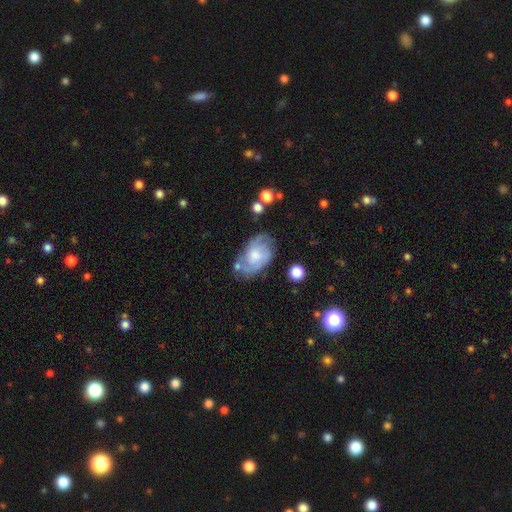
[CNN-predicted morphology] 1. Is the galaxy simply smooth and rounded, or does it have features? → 51% featured or disk, 41% smooth, 7% star or artifact.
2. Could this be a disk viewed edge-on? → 95% no, 5% yes.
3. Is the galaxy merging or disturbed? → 55% none, 26% minor disturbance, 11% major disturbance, 8% merger.